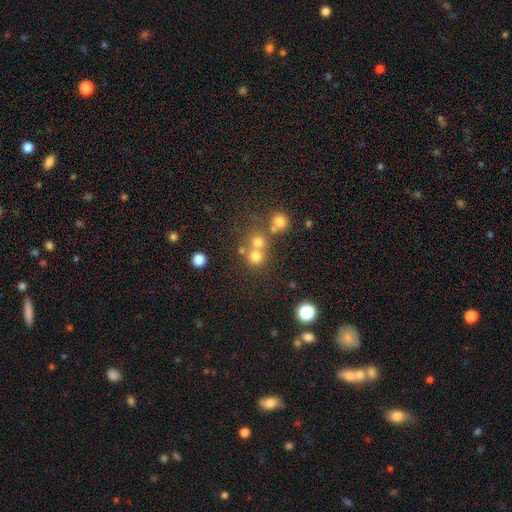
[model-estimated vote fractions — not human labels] smooth-or-featured: smooth: 71% | star or artifact: 19% | featured or disk: 10%
  how-rounded: round: 90% | in between: 9% | cigar-shaped: 1%
  merging: none: 54% | merger: 36% | minor disturbance: 7% | major disturbance: 3%